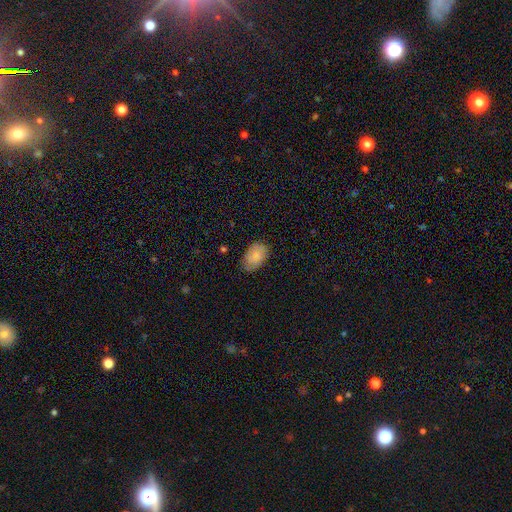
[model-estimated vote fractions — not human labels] The model was most divided on "merging": none: 76%, minor disturbance: 19%, major disturbance: 4%, merger: 1%. More confident: how rounded — in between (89%); smooth or featured — smooth (79%).